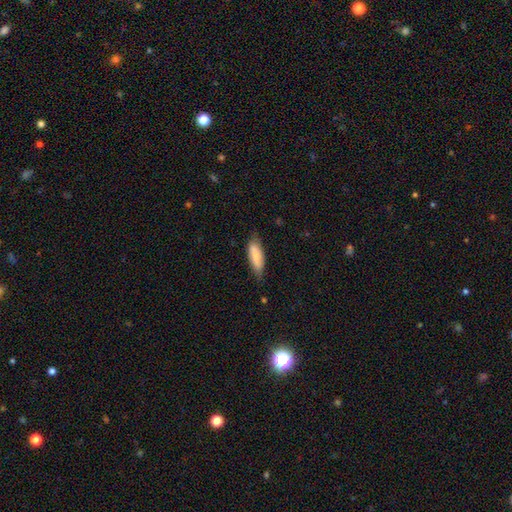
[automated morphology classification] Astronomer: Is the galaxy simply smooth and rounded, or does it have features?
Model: smooth — 78%.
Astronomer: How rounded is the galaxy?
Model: in between — 65%.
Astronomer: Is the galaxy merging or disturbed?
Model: none — 70%.